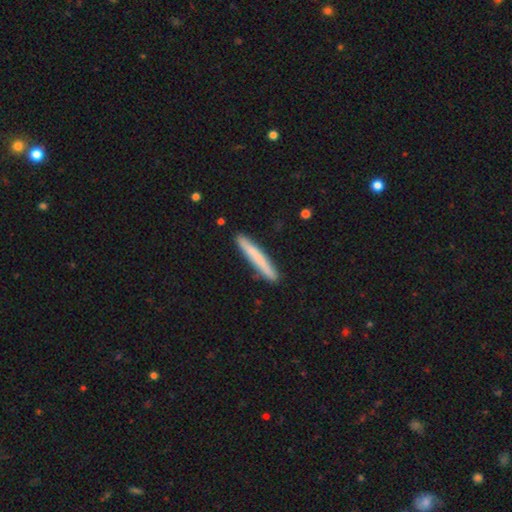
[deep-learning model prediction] Smooth or featured?
  - smooth: 70% *
  - featured or disk: 24%
  - star or artifact: 6%
How rounded?
  - cigar-shaped: 97% *
  - in between: 2%
  - round: 1%
Merging?
  - none: 89% *
  - minor disturbance: 8%
  - merger: 1%
  - major disturbance: 1%